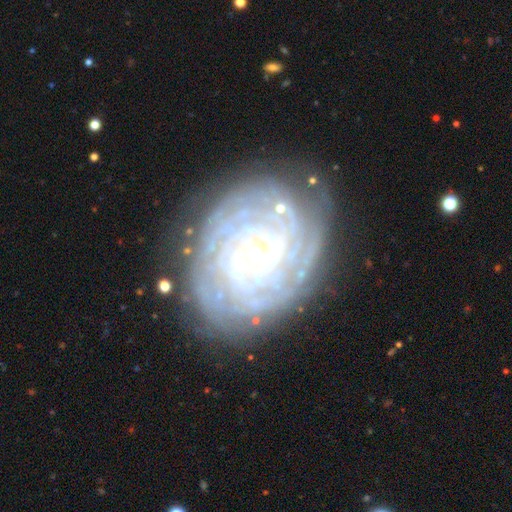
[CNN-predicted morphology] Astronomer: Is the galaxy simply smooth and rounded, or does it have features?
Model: featured or disk — 88%.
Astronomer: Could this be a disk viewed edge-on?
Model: no — 97%.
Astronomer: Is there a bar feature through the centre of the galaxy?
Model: weak — 49% (runner-up: no, 27%).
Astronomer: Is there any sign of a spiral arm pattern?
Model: yes — 97%.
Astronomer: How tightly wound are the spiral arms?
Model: tight — 84%.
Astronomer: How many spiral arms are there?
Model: can't tell — 32% (runner-up: more than 4, 18%).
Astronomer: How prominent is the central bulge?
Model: small — 51% (runner-up: moderate, 44%).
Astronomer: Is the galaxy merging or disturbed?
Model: none — 79%.